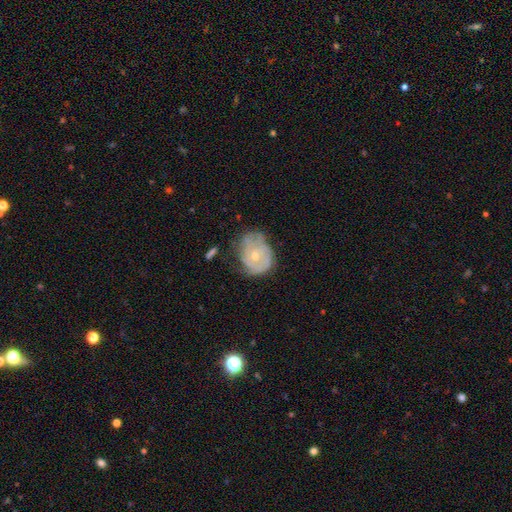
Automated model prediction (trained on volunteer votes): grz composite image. It shows a featured or disk galaxy (69%) with no bar (79%), tight (65%) spiral arms (75%) and a small central bulge (51%). Merging: none (51%).